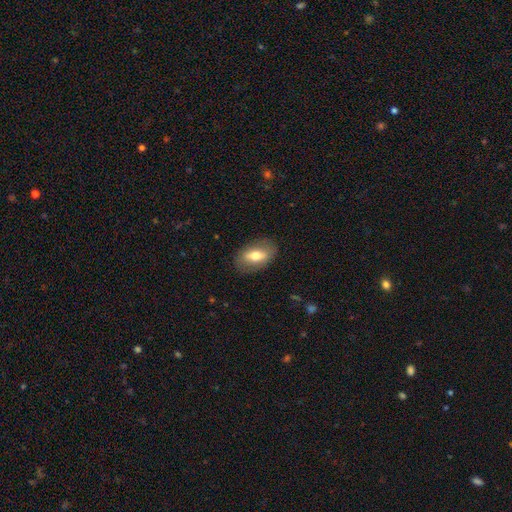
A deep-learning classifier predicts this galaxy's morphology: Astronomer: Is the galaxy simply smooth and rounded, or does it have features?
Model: smooth — 60%.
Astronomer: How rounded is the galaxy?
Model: in between — 87%.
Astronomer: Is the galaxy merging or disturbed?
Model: none — 83%.